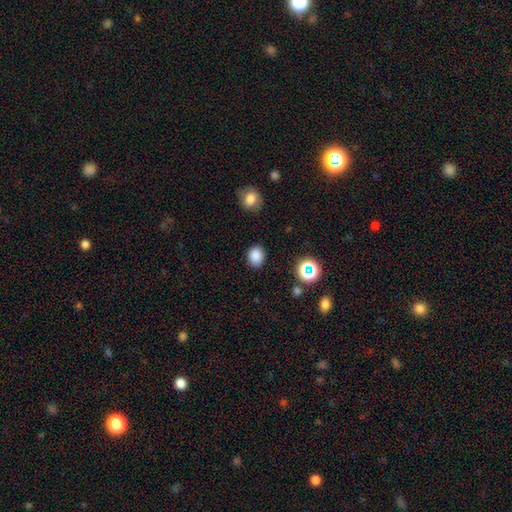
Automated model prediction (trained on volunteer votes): smooth_or_featured: smooth (p=0.84) [alt: star or artifact p=0.12]
how_rounded: round (p=0.53) [alt: in between p=0.46]
merging: none (p=0.85) [alt: minor disturbance p=0.10]